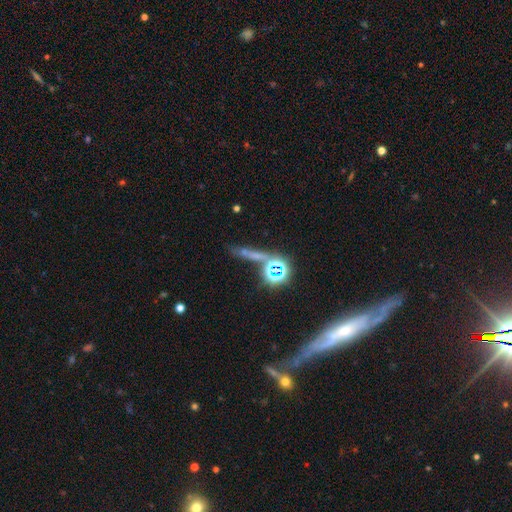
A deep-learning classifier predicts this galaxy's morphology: This appears to be a star or artifact, not a galaxy (49%).